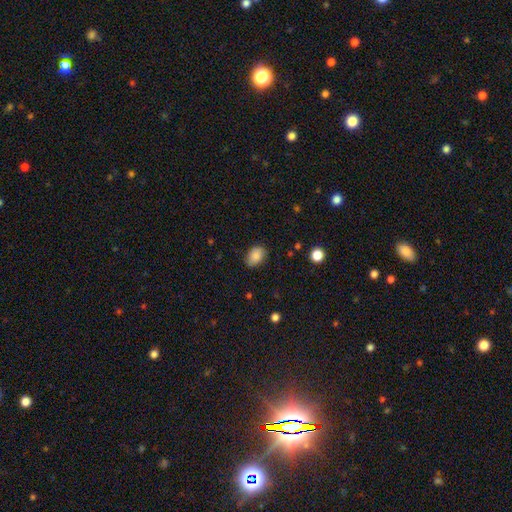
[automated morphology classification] smooth-or-featured: smooth: 86% | star or artifact: 8% | featured or disk: 6%
  how-rounded: in between: 76% | round: 23% | cigar-shaped: 1%
  merging: none: 78% | minor disturbance: 17% | major disturbance: 4% | merger: 1%